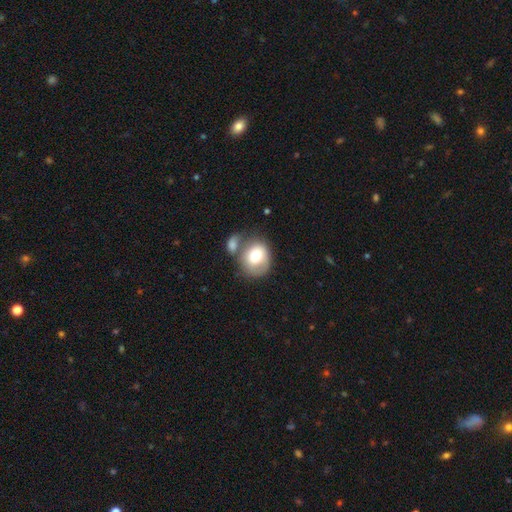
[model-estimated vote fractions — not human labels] Smooth or featured: smooth — 70% (featured or disk — 23%)
How rounded: round — 67% (in between — 32%)
Merging: none — 39% (merger — 35%)